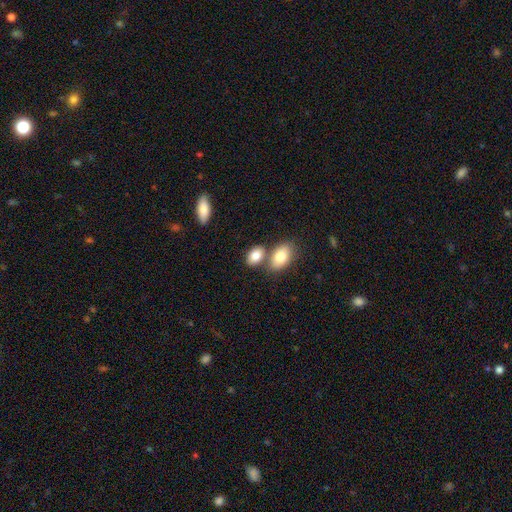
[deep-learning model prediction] smooth 83%, featured or disk 10%, star or artifact 7%. Down the decision tree: how rounded — in between (88%); merging — none (52%).